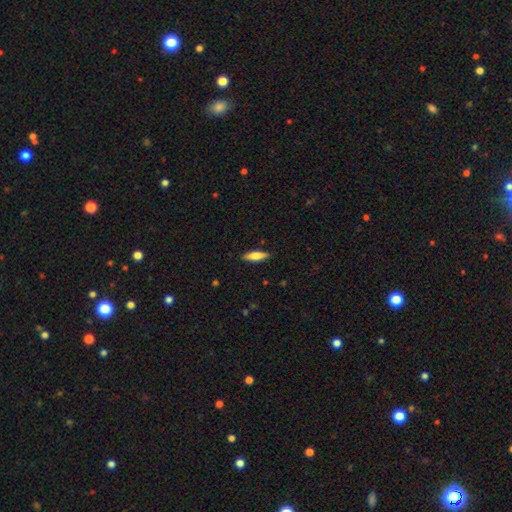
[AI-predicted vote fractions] smooth_or_featured: smooth (p=0.66) [alt: featured or disk p=0.28]
how_rounded: cigar-shaped (p=0.54) [alt: in between p=0.44]
merging: none (p=0.88) [alt: minor disturbance p=0.09]